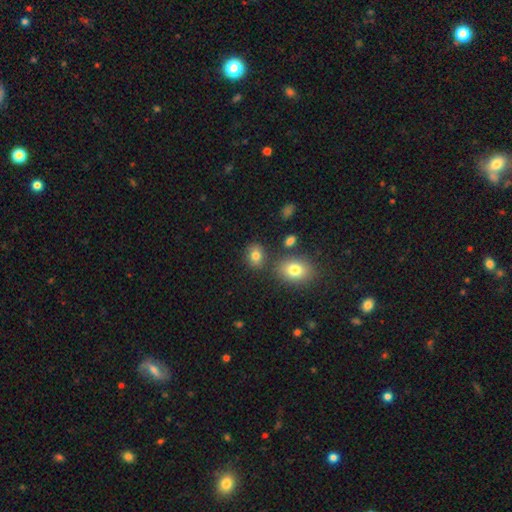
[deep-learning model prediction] This appears to be a smooth galaxy with no disk features (79%) that is in between round and cigar-shaped (53%). Merging: none (76%).